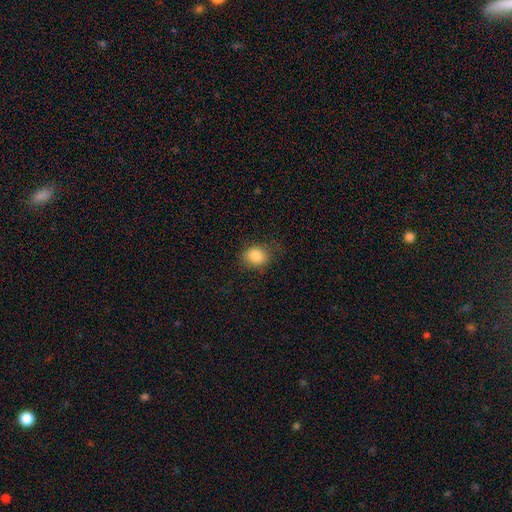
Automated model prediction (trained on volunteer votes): Smooth or featured? Predicted: smooth (p=0.85). How rounded? Predicted: round (p=0.58). Merging? Predicted: none (p=0.78).